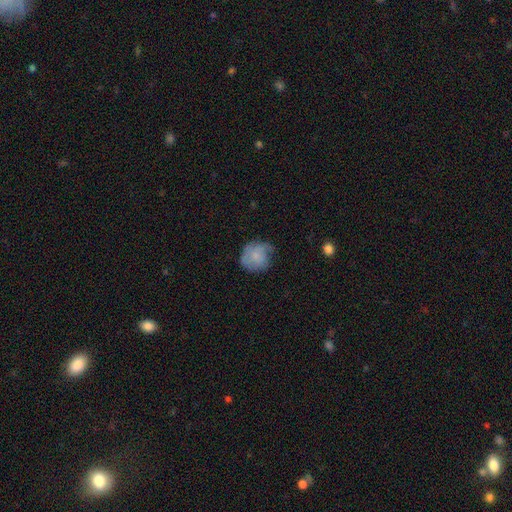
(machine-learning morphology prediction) type=smooth (65%); roundness=round (81%); merging=none (50%).